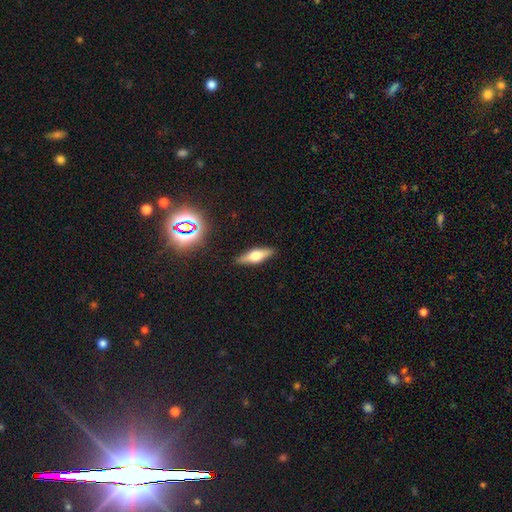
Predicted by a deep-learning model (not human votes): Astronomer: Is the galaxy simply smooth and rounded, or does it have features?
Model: featured or disk — 49% (runner-up: smooth, 42%).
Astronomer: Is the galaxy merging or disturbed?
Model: none — 88%.